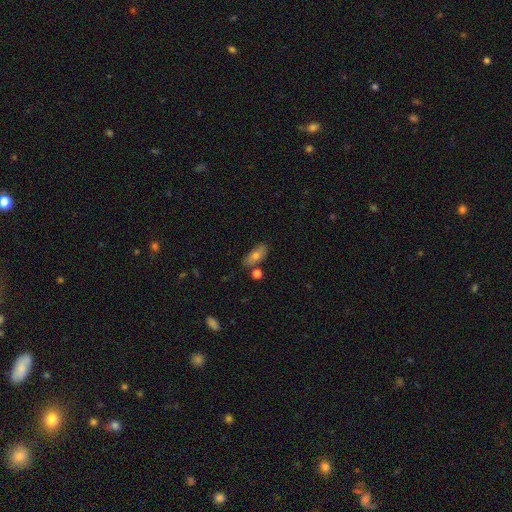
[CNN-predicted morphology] Q: Smooth or featured?
A: smooth (71%); runner-up: featured or disk (21%)
Q: How rounded?
A: in between (80%); runner-up: cigar-shaped (16%)
Q: Merging?
A: none (72%); runner-up: minor disturbance (16%)